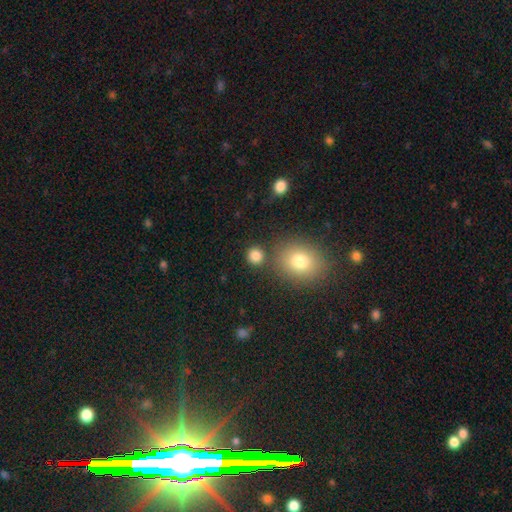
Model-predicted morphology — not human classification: smooth-or-featured: smooth: 84% | star or artifact: 11% | featured or disk: 4%
  how-rounded: round: 86% | in between: 13% | cigar-shaped: 1%
  merging: none: 80% | merger: 9% | minor disturbance: 8% | major disturbance: 3%